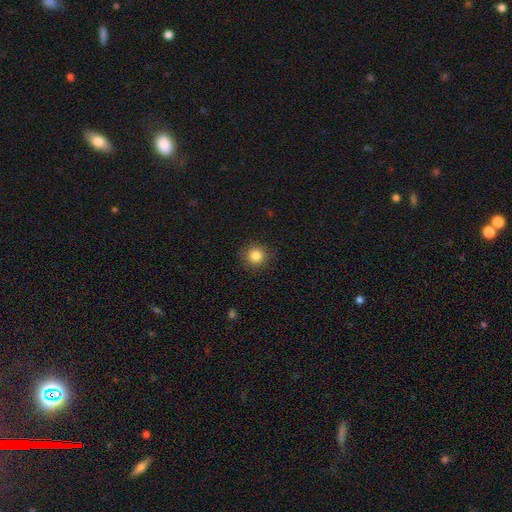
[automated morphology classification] Smooth or featured? smooth (84%)
How rounded? round (91%)
Merging? none (90%)